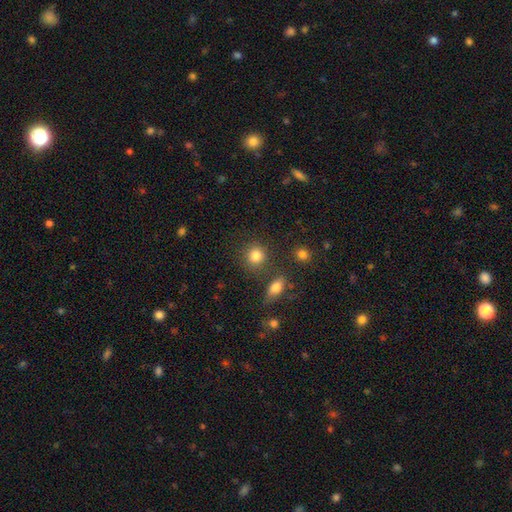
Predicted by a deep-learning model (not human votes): Smooth or featured?
  - smooth: 84% *
  - star or artifact: 11%
  - featured or disk: 6%
How rounded?
  - round: 86% *
  - in between: 13%
  - cigar-shaped: 1%
Merging?
  - none: 78% *
  - minor disturbance: 10%
  - merger: 8%
  - major disturbance: 4%